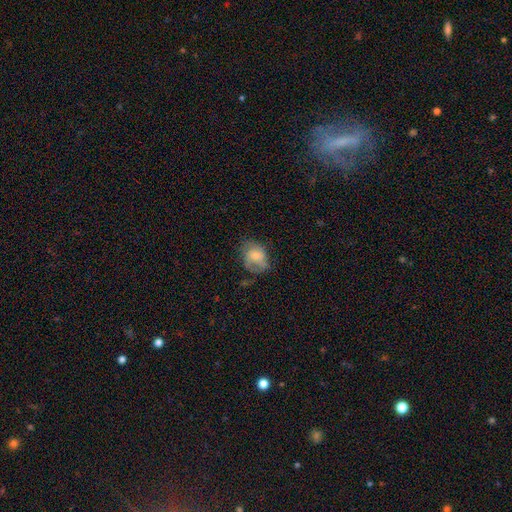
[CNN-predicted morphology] A smooth galaxy with no disk features (61%) that is in between round and cigar-shaped (56%). Merging: none (46%).